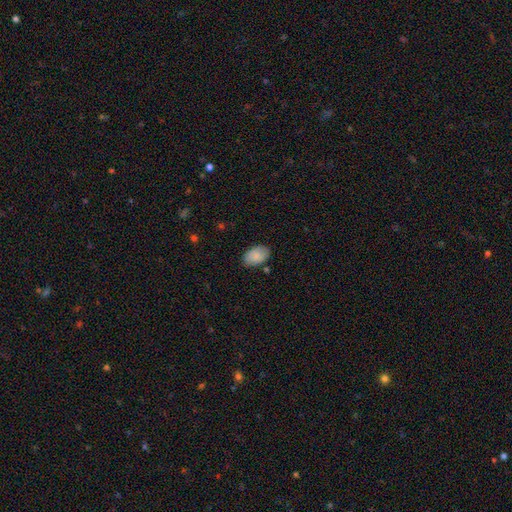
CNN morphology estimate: Q: Smooth or featured?
A: smooth (85%); runner-up: featured or disk (8%)
Q: How rounded?
A: in between (92%); runner-up: round (7%)
Q: Merging?
A: none (80%); runner-up: minor disturbance (15%)